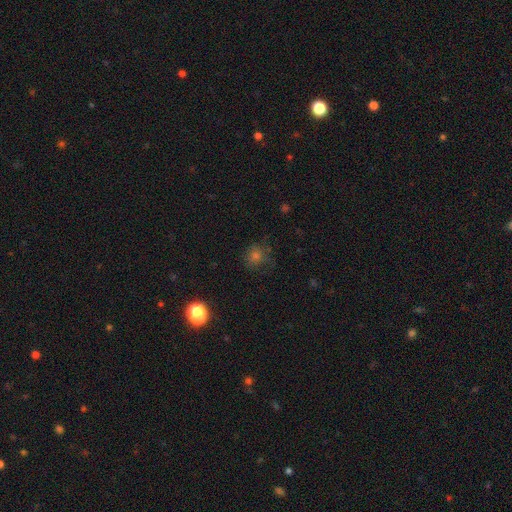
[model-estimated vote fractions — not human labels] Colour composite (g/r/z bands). It shows a smooth galaxy with no disk features (61%) that is round (87%). Merging: none (77%).